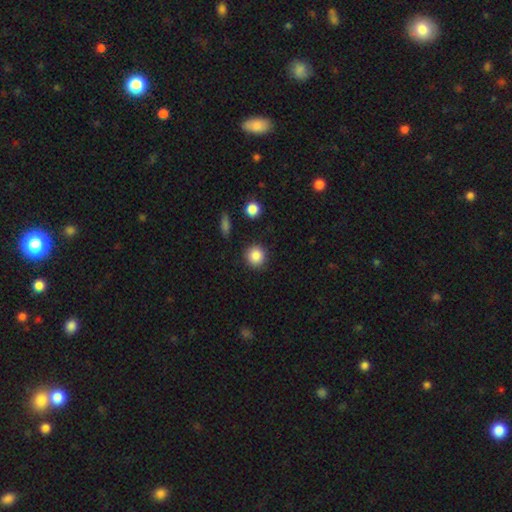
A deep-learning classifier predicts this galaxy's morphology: A smooth galaxy with no disk features (86%) that is round (92%).

Vote fractions:
- Smooth or featured? smooth: 86% / star or artifact: 9% / featured or disk: 4%
- How rounded? round: 92% / in between: 7% / cigar-shaped: 1%
- Merging? none: 89% / minor disturbance: 7% / major disturbance: 2% / merger: 2%